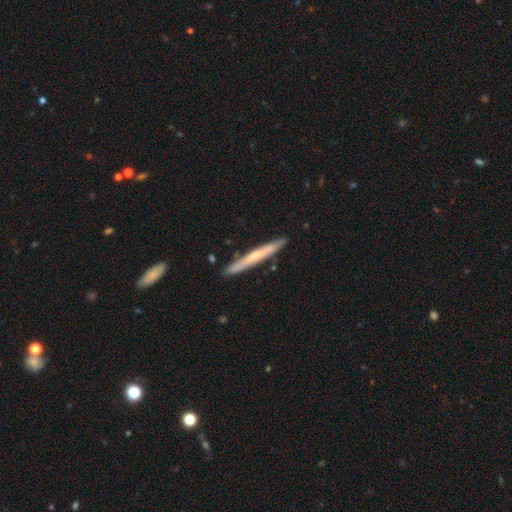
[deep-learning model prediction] A featured or disk galaxy (52%) viewed edge-on (93%).

Vote fractions:
- Smooth or featured? featured or disk: 52% / smooth: 43% / star or artifact: 5%
- Edge-on disk? yes: 93% / no: 7%
- Merging? none: 87% / minor disturbance: 9% / merger: 2% / major disturbance: 2%